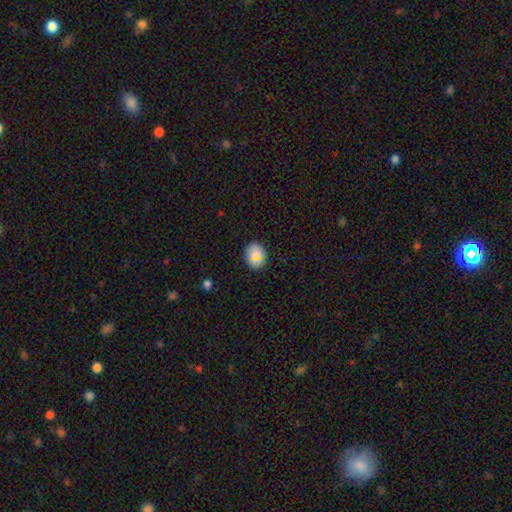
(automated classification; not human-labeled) Smooth or featured?
  - smooth: 86% *
  - featured or disk: 7%
  - star or artifact: 7%
How rounded?
  - in between: 59% *
  - round: 40%
  - cigar-shaped: 1%
Merging?
  - none: 88% *
  - minor disturbance: 9%
  - major disturbance: 2%
  - merger: 1%